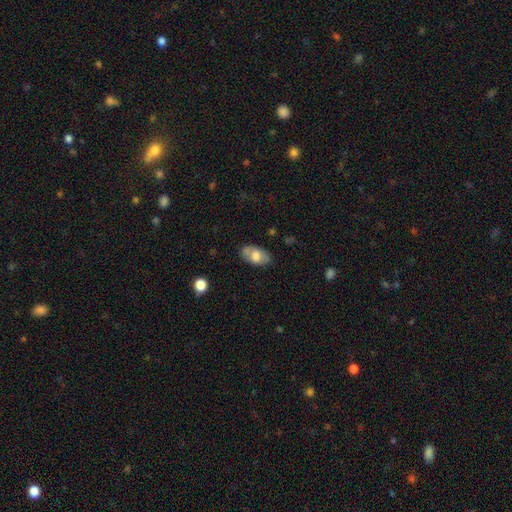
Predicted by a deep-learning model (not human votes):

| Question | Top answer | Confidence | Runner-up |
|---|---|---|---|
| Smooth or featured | smooth | 66% | featured or disk (27%) |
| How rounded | in between | 93% | round (5%) |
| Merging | none | 74% | minor disturbance (19%) |